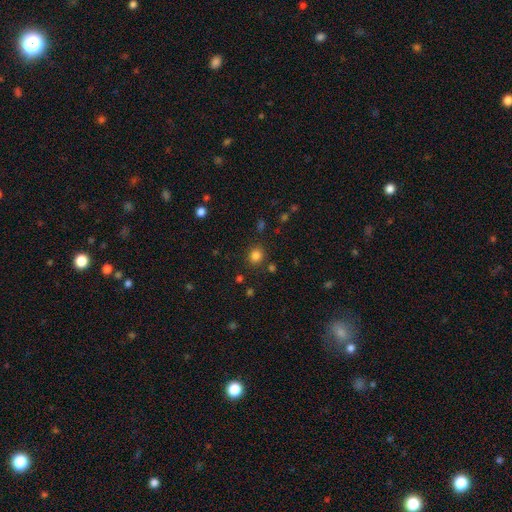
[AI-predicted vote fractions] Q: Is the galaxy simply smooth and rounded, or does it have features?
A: smooth — 82%.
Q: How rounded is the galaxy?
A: round — 82%.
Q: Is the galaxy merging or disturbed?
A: none — 86%.